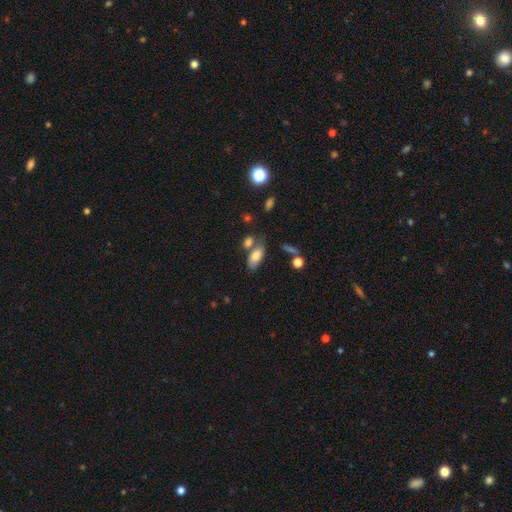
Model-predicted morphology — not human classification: The model was most divided on "merging": none: 52%, merger: 23%, minor disturbance: 18%, major disturbance: 7%. More confident: how rounded — in between (89%); smooth or featured — smooth (75%).